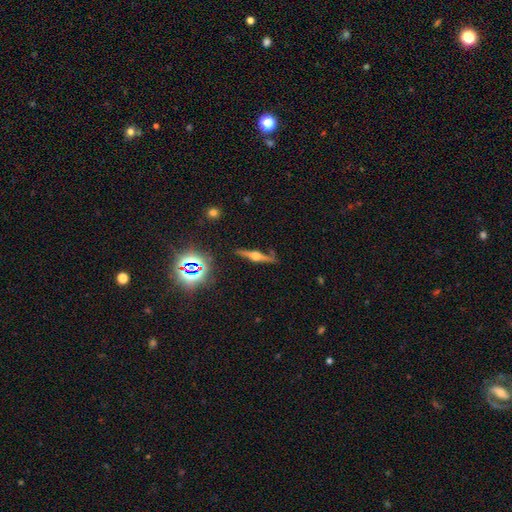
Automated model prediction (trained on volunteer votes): featured or disk 74%, smooth 16%, star or artifact 11%. Down the decision tree: edge-on disk — yes (94%); edge-on bulge — rounded (93%); merging — none (80%).